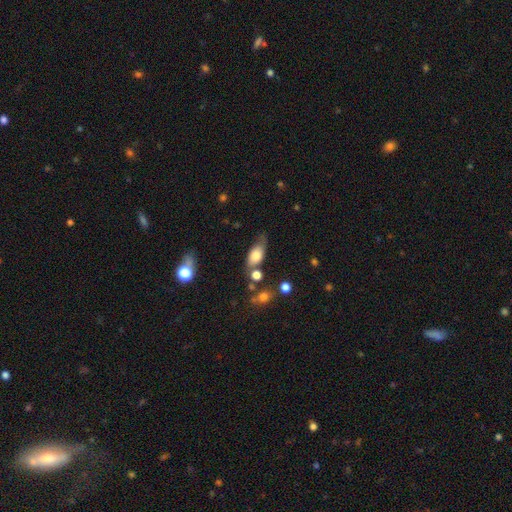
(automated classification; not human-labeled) Q: Smooth or featured?
A: smooth (72%); runner-up: featured or disk (20%)
Q: How rounded?
A: in between (84%); runner-up: cigar-shaped (10%)
Q: Merging?
A: none (51%); runner-up: minor disturbance (29%)